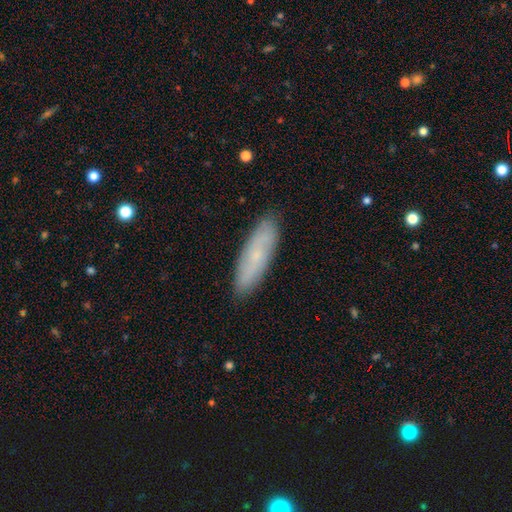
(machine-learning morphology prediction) The model was most divided on "how rounded": cigar-shaped: 55%, in between: 43%, round: 2%. More confident: merging — none (88%); smooth or featured — smooth (58%).